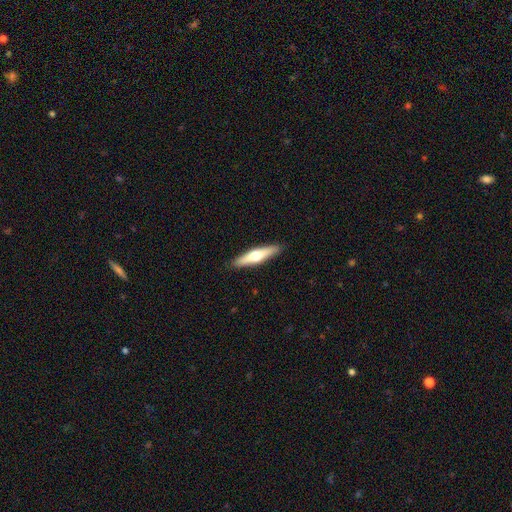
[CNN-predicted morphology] smooth 48%, featured or disk 47%, star or artifact 5%. Down the decision tree: merging — none (90%).